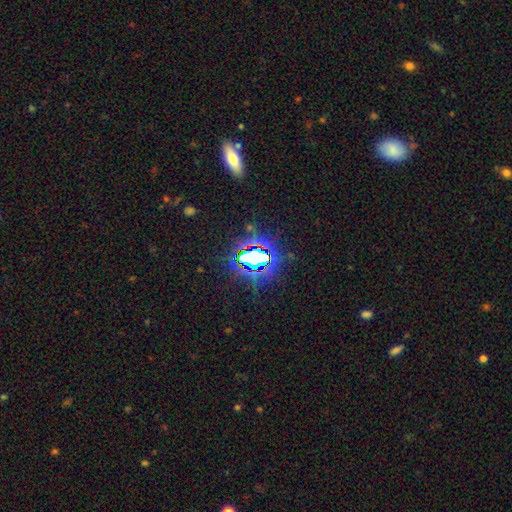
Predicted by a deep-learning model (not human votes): star or artifact 76%, smooth 14%, featured or disk 9%.